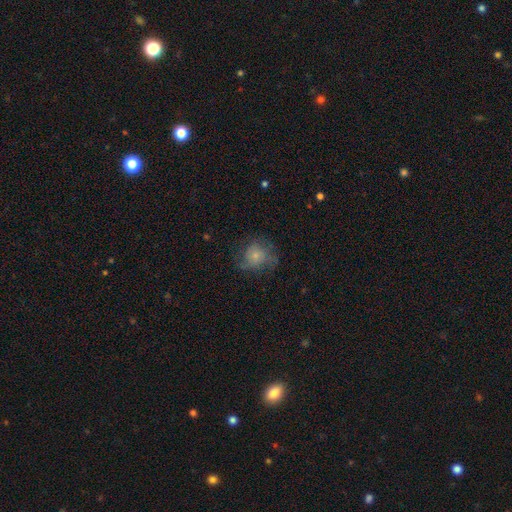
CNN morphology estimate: The model was most divided on "merging": none: 54%, minor disturbance: 25%, major disturbance: 19%, merger: 1%. More confident: how rounded — round (76%); smooth or featured — smooth (61%).